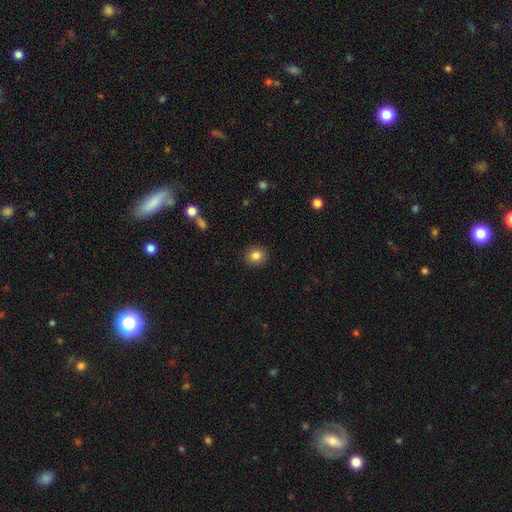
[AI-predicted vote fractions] Smooth or featured? Predicted: smooth (p=0.84). How rounded? Predicted: round (p=0.81). Merging? Predicted: none (p=0.90).